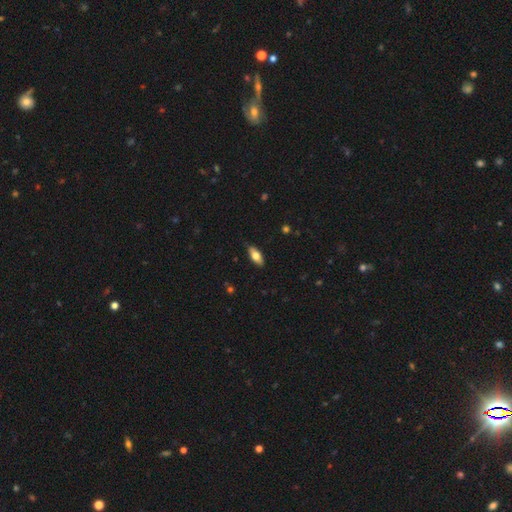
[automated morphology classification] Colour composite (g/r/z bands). It shows a smooth galaxy with no disk features (67%) that is in between round and cigar-shaped (78%). Merging: none (84%).